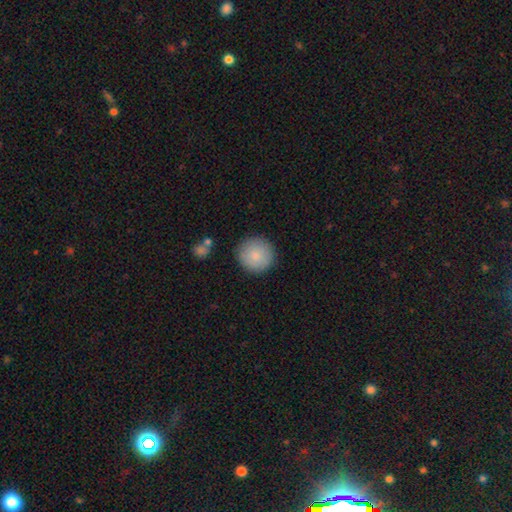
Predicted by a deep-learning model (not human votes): Smooth or featured? Predicted: smooth (p=0.86). How rounded? Predicted: round (p=0.95). Merging? Predicted: none (p=0.88).